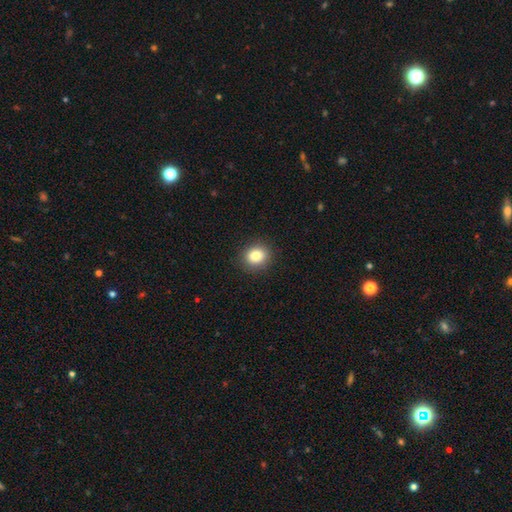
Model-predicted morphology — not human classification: Smooth or featured?
  - smooth: 85% *
  - star or artifact: 10%
  - featured or disk: 5%
How rounded?
  - round: 69% *
  - in between: 31%
  - cigar-shaped: 1%
Merging?
  - none: 90% *
  - minor disturbance: 7%
  - major disturbance: 2%
  - merger: 1%